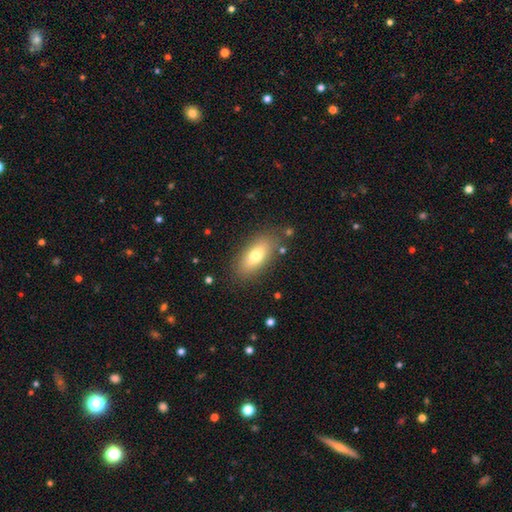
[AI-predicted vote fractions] The model was most divided on "smooth or featured": smooth: 73%, featured or disk: 19%, star or artifact: 8%. More confident: how rounded — in between (84%); merging — none (82%).